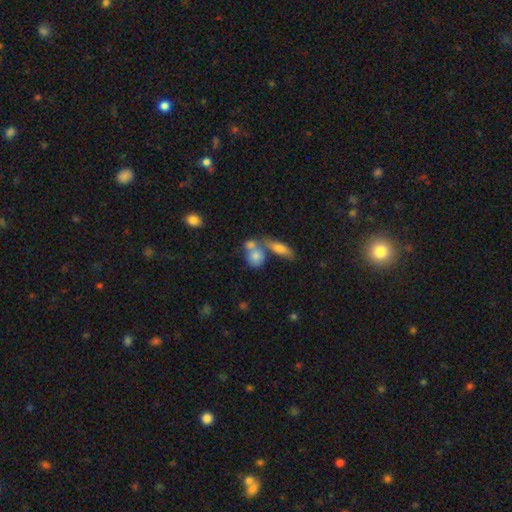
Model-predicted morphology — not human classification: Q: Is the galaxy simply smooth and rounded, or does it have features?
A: smooth — 76%.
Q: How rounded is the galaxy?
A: round — 52%.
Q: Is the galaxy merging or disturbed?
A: merger — 49%.